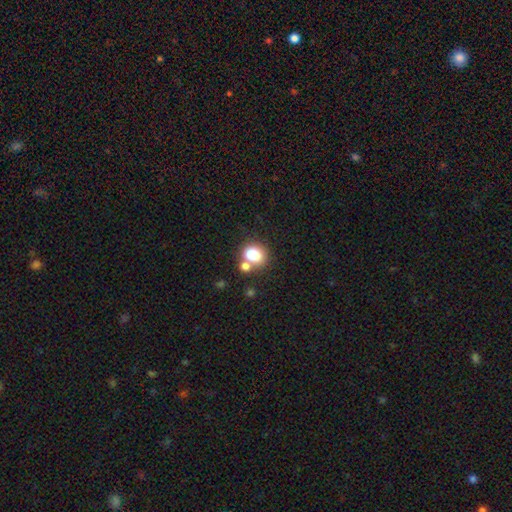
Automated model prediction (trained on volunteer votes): Smooth or featured?
  - smooth: 76% *
  - featured or disk: 12%
  - star or artifact: 12%
How rounded?
  - round: 54% *
  - in between: 45%
  - cigar-shaped: 1%
Merging?
  - none: 51% *
  - merger: 33%
  - minor disturbance: 11%
  - major disturbance: 5%